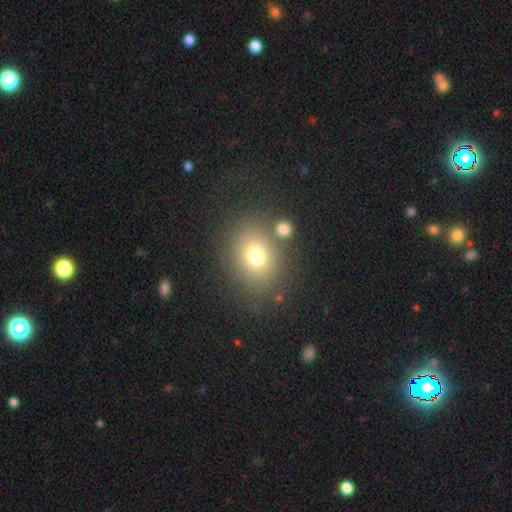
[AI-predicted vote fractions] This is likely a smooth galaxy (73%). How rounded: possibly round (54%). Merging: likely none (76%).